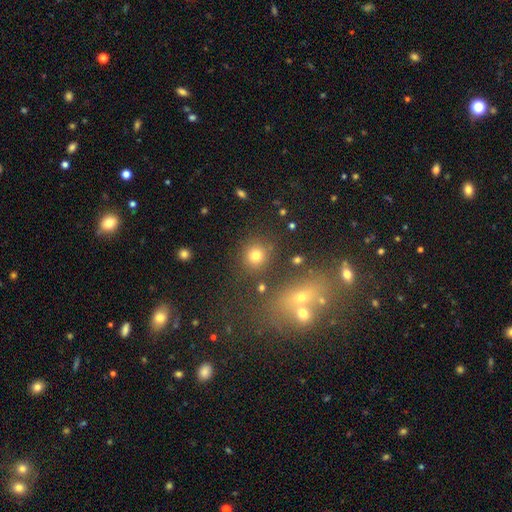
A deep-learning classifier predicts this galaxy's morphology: Smooth or featured? Predicted: smooth (p=0.75). How rounded? Predicted: round (p=0.88). Merging? Predicted: none (p=0.80).